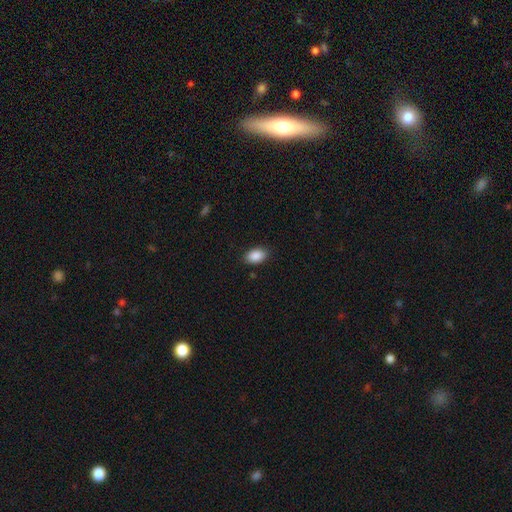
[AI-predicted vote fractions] Q: Smooth or featured?
A: smooth (90%); runner-up: star or artifact (7%)
Q: How rounded?
A: in between (90%); runner-up: round (9%)
Q: Merging?
A: none (86%); runner-up: minor disturbance (10%)